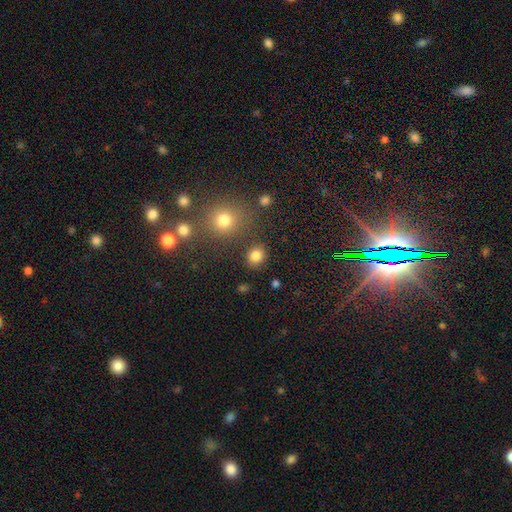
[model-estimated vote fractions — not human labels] This appears to be a smooth galaxy with no disk features (82%) that is round (70%). Merging: none (84%).